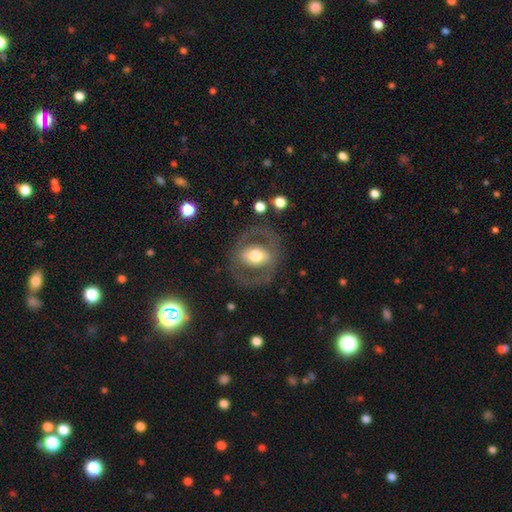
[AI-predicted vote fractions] Smooth or featured? featured or disk (60%)
Edge-on disk? no (95%)
Bar? no (54%)
Spiral arms? no (67%)
Bulge size? moderate (57%)
Merging? none (76%)